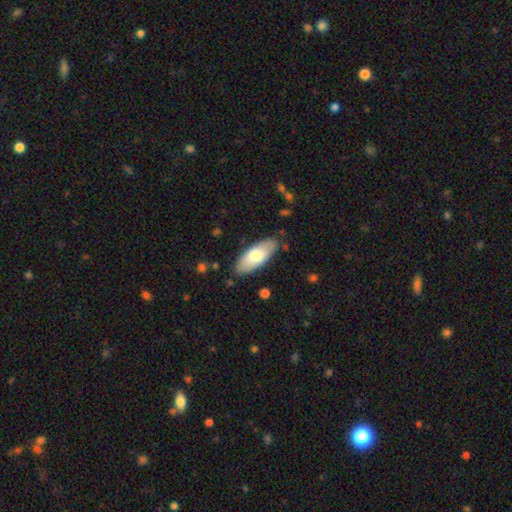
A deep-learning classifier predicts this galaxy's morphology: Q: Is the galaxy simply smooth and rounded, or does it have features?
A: smooth — 73%.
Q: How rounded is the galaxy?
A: in between — 81%.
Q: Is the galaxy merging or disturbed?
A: none — 84%.